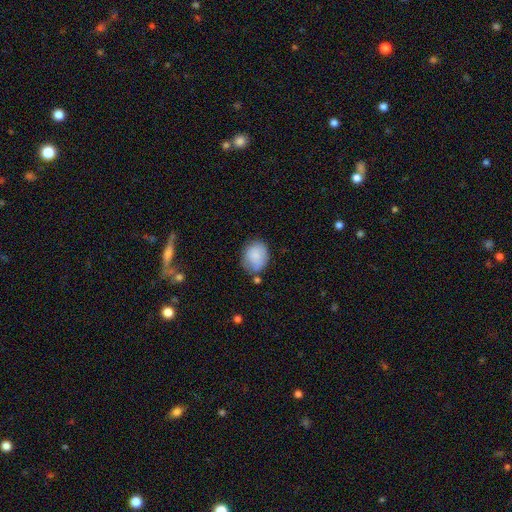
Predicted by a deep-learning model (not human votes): Smooth or featured? smooth (85%)
How rounded? in between (51%)
Merging? none (62%)